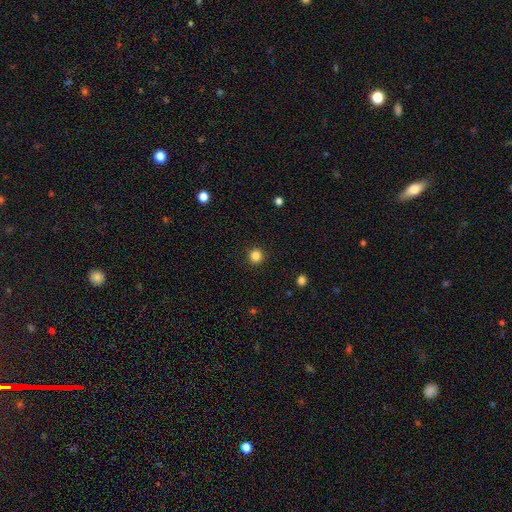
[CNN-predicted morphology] Smooth or featured? Predicted: smooth (p=0.85). How rounded? Predicted: round (p=0.95). Merging? Predicted: none (p=0.93).